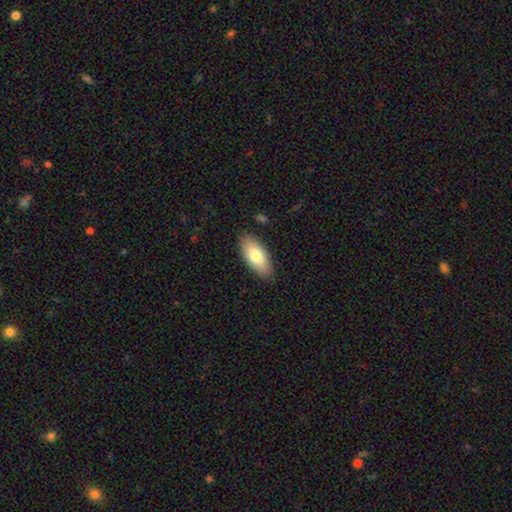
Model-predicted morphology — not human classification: type=smooth (77%); roundness=in between (88%); merging=none (86%).